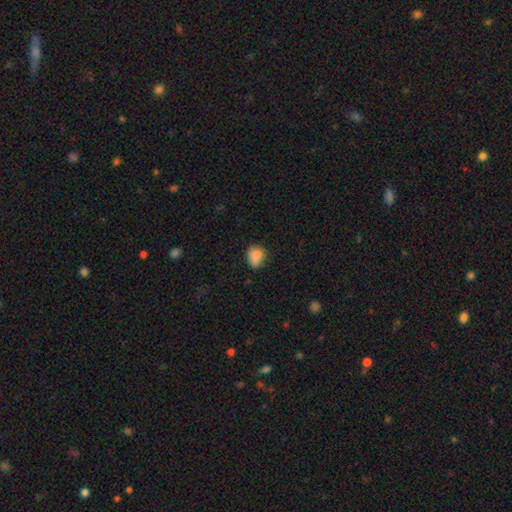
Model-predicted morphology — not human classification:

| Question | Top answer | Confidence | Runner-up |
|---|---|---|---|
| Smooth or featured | smooth | 86% | star or artifact (9%) |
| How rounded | in between | 51% | round (48%) |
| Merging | none | 65% | minor disturbance (28%) |